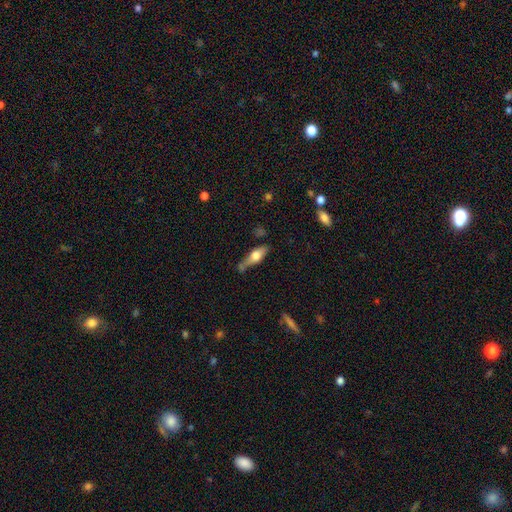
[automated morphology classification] Smooth or featured?
  - smooth: 53% *
  - featured or disk: 40%
  - star or artifact: 6%
How rounded?
  - in between: 49% *
  - cigar-shaped: 48%
  - round: 4%
Merging?
  - none: 56% *
  - minor disturbance: 26%
  - merger: 10%
  - major disturbance: 8%